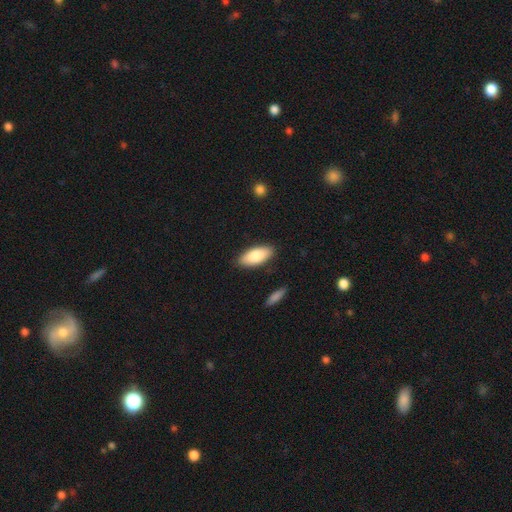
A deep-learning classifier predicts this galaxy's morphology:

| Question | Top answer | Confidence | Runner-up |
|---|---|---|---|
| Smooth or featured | smooth | 83% | featured or disk (12%) |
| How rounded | in between | 86% | cigar-shaped (12%) |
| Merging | none | 86% | minor disturbance (9%) |